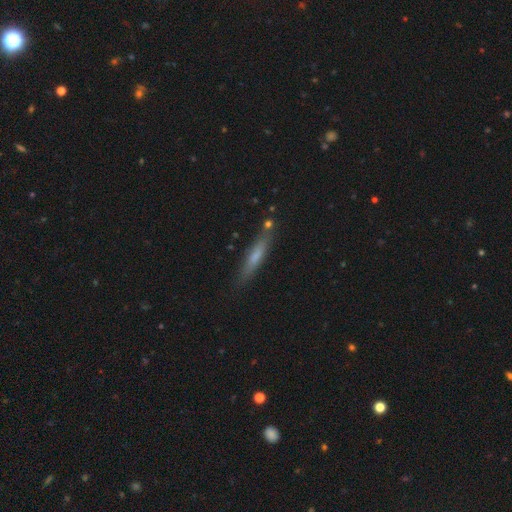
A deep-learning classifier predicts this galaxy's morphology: This is possibly a smooth galaxy (58%). How rounded: clearly cigar-shaped (90%). Merging: clearly none (82%).